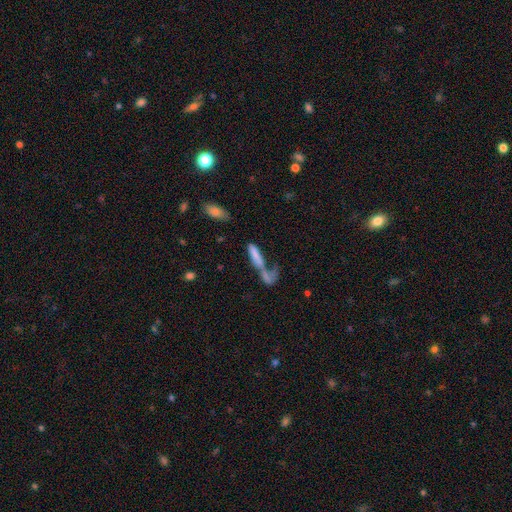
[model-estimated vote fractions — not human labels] smooth-or-featured: smooth: 67% | featured or disk: 23% | star or artifact: 10%
  how-rounded: cigar-shaped: 69% | in between: 28% | round: 3%
  merging: merger: 55% | none: 21% | major disturbance: 15% | minor disturbance: 9%